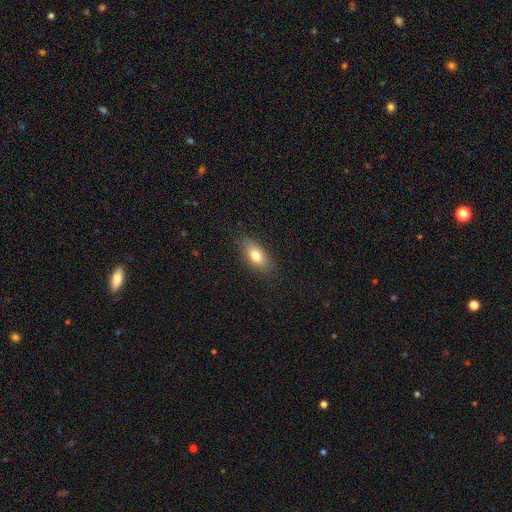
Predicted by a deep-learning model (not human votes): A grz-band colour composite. It shows a smooth galaxy with no disk features (76%) that is in between round and cigar-shaped (84%). Merging: none (84%).